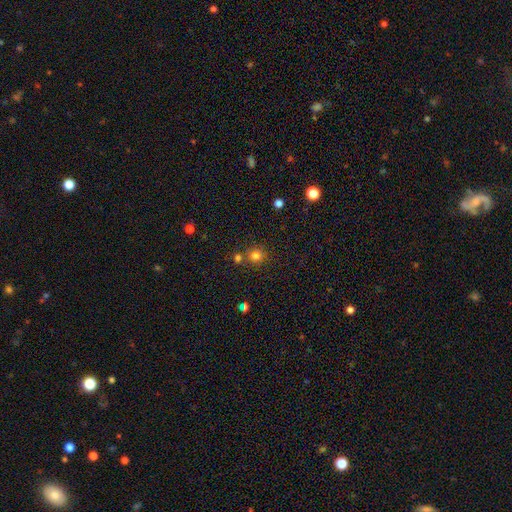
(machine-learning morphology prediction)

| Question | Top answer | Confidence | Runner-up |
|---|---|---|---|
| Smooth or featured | smooth | 77% | star or artifact (17%) |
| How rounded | round | 89% | in between (10%) |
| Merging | none | 71% | merger (18%) |